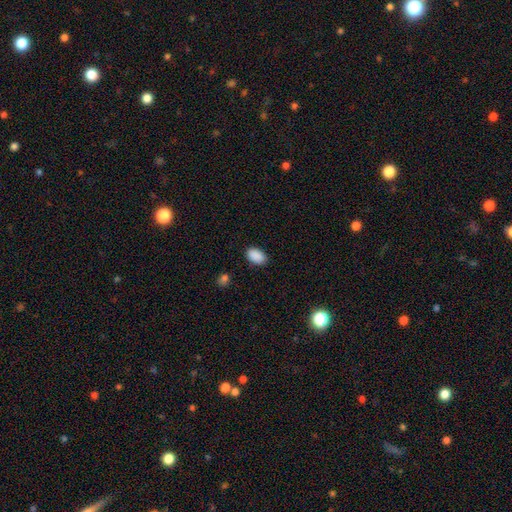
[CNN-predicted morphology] A smooth galaxy with no disk features (90%) that is in between round and cigar-shaped (91%).

Vote fractions:
- Smooth or featured? smooth: 90% / star or artifact: 8% / featured or disk: 2%
- How rounded? in between: 91% / round: 8% / cigar-shaped: 1%
- Merging? none: 88% / minor disturbance: 9% / major disturbance: 2% / merger: 1%